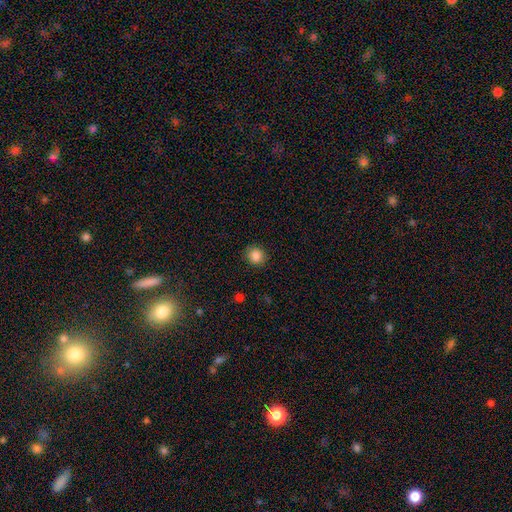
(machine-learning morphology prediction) Smooth or featured? smooth (86%)
How rounded? round (87%)
Merging? none (89%)